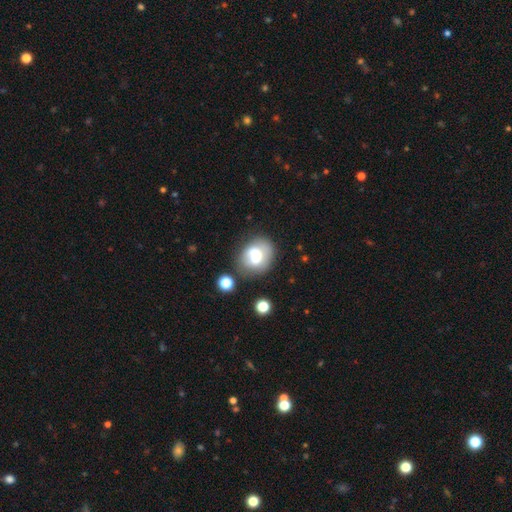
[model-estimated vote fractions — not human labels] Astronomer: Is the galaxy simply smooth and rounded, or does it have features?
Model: smooth — 71%.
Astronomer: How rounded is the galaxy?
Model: round — 51% (runner-up: in between, 48%).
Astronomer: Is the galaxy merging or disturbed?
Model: none — 59%.